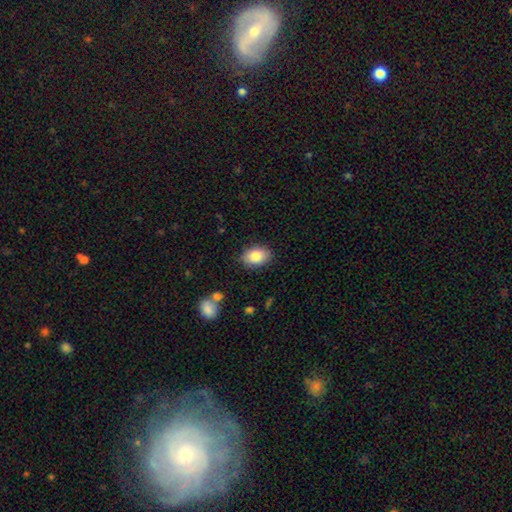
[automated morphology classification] Smooth or featured? smooth (84%)
How rounded? in between (85%)
Merging? none (85%)